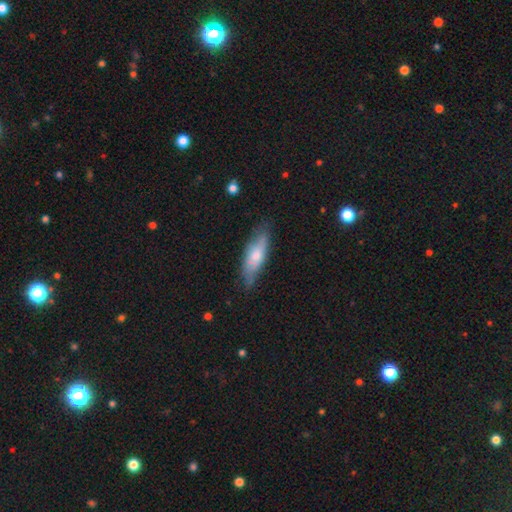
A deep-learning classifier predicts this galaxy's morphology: smooth_or_featured: smooth (p=0.62) [alt: featured or disk p=0.32]
how_rounded: in between (p=0.52) [alt: cigar-shaped p=0.46]
merging: none (p=0.73) [alt: minor disturbance p=0.21]